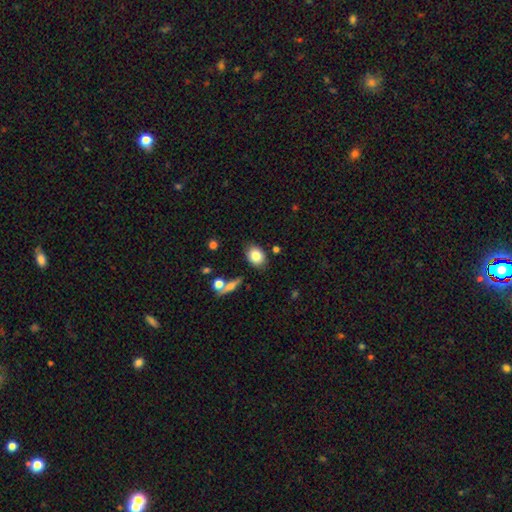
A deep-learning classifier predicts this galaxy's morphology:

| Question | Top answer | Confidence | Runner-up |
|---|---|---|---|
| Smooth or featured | smooth | 81% | featured or disk (10%) |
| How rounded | in between | 65% | round (33%) |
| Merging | none | 79% | minor disturbance (12%) |